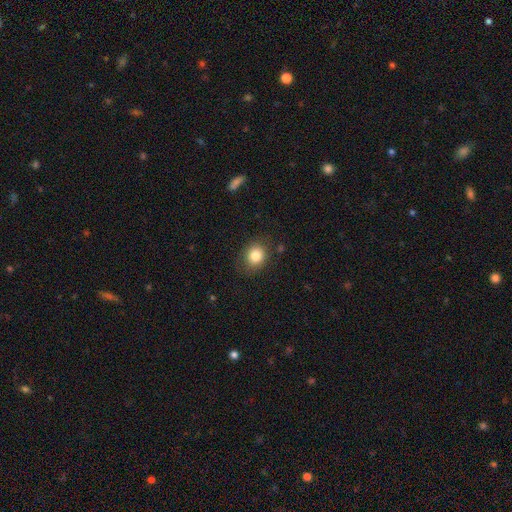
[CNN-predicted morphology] Smooth or featured? smooth (82%)
How rounded? round (65%)
Merging? none (82%)